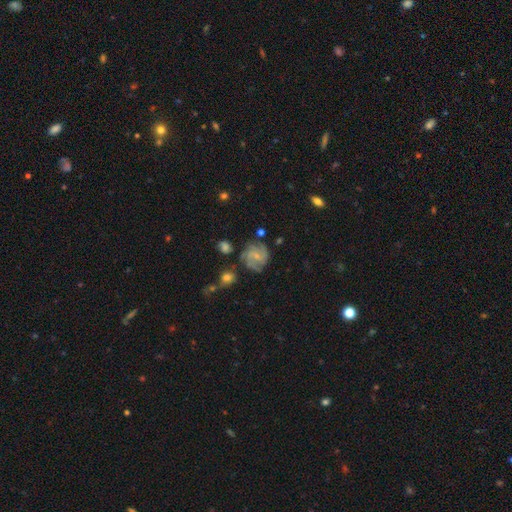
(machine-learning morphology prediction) smooth-or-featured: featured or disk: 74% | smooth: 19% | star or artifact: 7%
  disk-edge-on: no: 98% | yes: 2%
    bar: no: 49% | weak: 43% | strong: 8%
    has-spiral-arms: yes: 92% | no: 8%
      spiral-winding: medium: 45% | tight: 41% | loose: 15%
      spiral-arm-count: 3: 33% | 2: 25% | can't tell: 22% | 4: 11% | 1: 5% | more than 4: 5%
    bulge-size: small: 65% | moderate: 21% | none: 12% | large: 1% | dominant: 1%
  merging: none: 68% | minor disturbance: 19% | major disturbance: 8% | merger: 5%